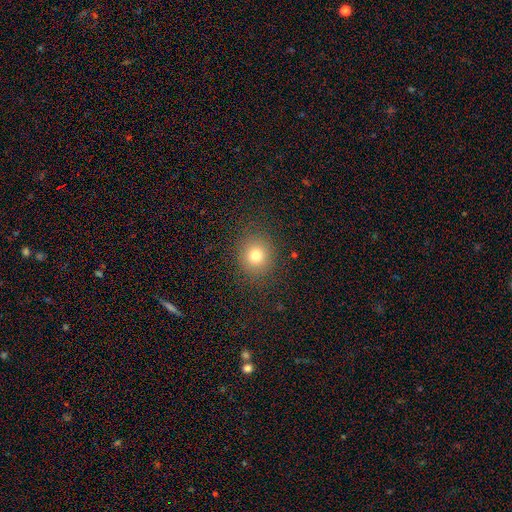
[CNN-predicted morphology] This is likely a smooth galaxy (77%). How rounded: clearly round (83%). Merging: clearly none (87%).